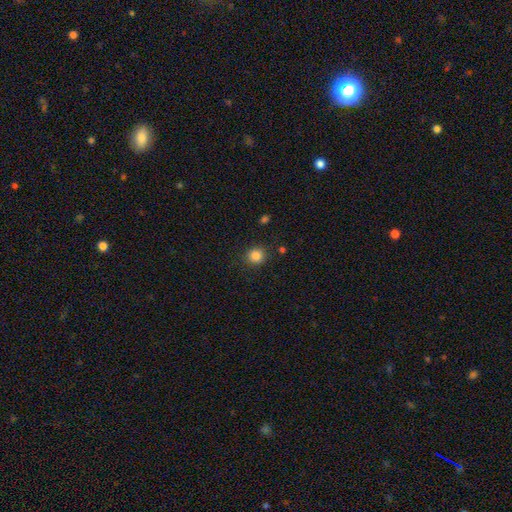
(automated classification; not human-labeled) smooth_or_featured: smooth (p=0.85) [alt: star or artifact p=0.11]
how_rounded: round (p=0.87) [alt: in between p=0.12]
merging: none (p=0.87) [alt: minor disturbance p=0.08]